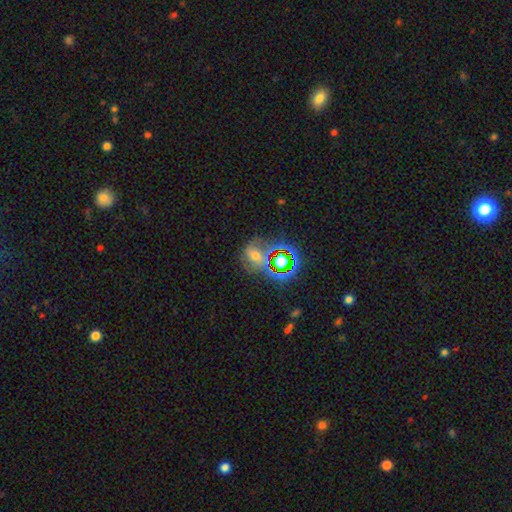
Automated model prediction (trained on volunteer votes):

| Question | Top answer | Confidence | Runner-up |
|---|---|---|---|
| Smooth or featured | star or artifact | 42% | smooth (38%) |